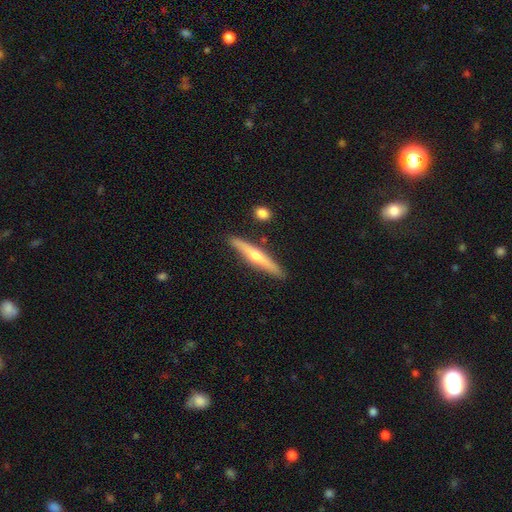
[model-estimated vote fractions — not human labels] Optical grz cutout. It shows a featured or disk galaxy (65%) viewed edge-on (96%) with a rounded central bulge (90%). Merging: none (87%).